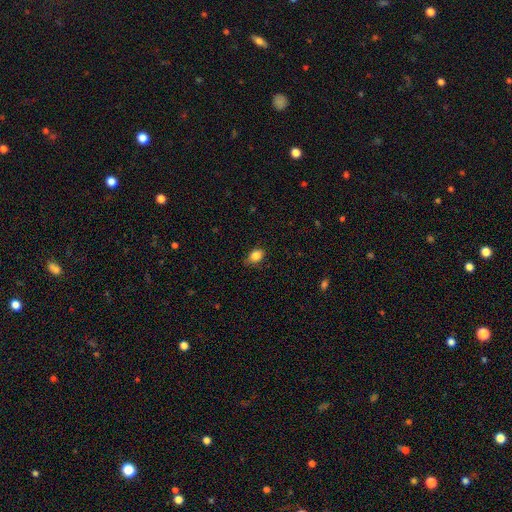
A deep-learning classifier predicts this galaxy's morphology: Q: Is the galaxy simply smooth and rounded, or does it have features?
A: smooth — 85%.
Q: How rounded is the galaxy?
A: in between — 71%.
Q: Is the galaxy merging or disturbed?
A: none — 78%.